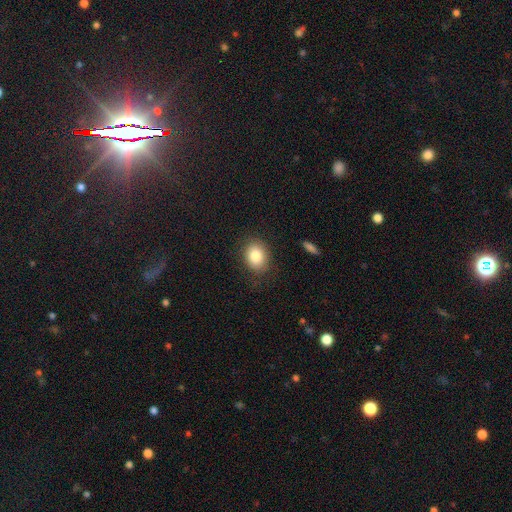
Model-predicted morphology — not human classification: Smooth or featured? smooth (83%)
How rounded? in between (60%)
Merging? none (82%)